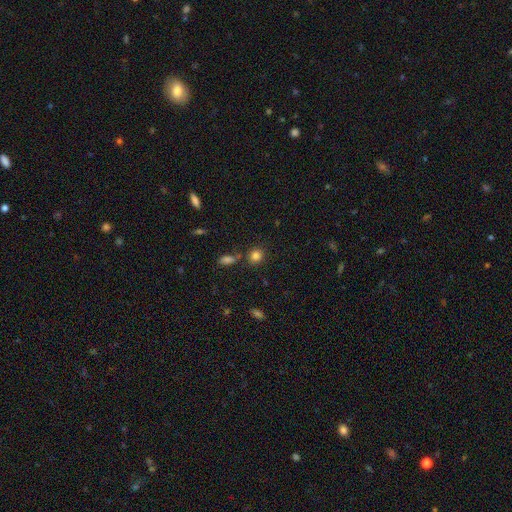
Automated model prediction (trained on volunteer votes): Smooth or featured?
  - smooth: 83% *
  - star or artifact: 12%
  - featured or disk: 6%
How rounded?
  - round: 80% *
  - in between: 19%
  - cigar-shaped: 1%
Merging?
  - none: 76% *
  - minor disturbance: 10%
  - merger: 10%
  - major disturbance: 4%